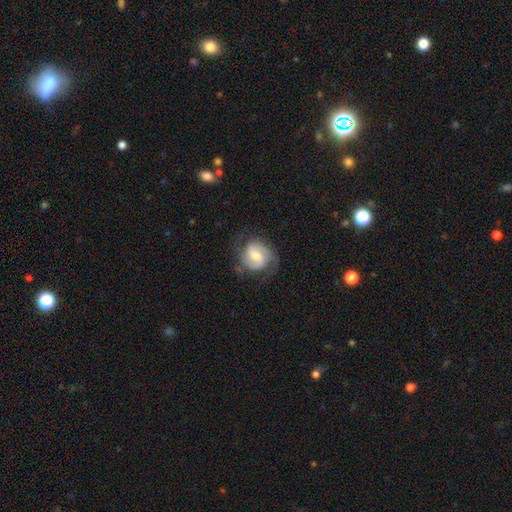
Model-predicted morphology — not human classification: type=featured or disk (74%); edge-on=no (98%); bar=weak (54%); spiral arms=yes (93%); winding=medium (47%); arm count=2 (83%); bulge=moderate (53%); merging=none (68%).